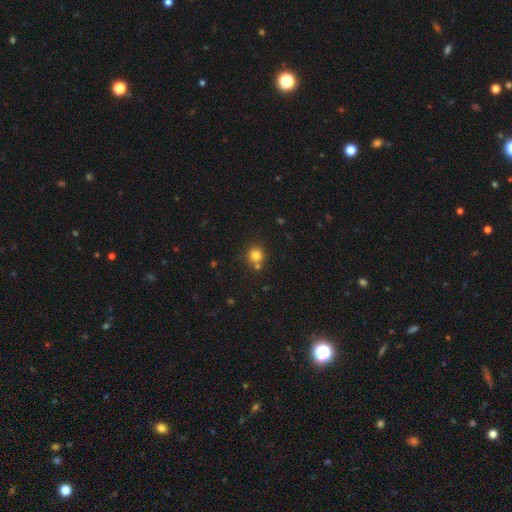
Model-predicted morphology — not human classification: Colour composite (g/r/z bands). It shows a smooth galaxy with no disk features (80%) that is round (91%). Merging: none (71%).